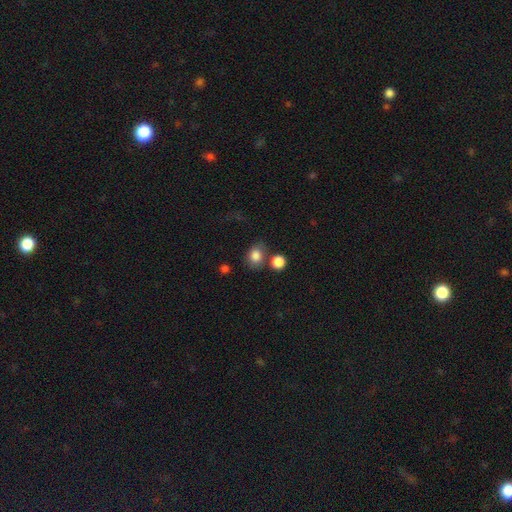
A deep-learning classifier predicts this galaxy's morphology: Smooth or featured: smooth — 83% (star or artifact — 10%)
How rounded: round — 57% (in between — 42%)
Merging: none — 63% (merger — 16%)